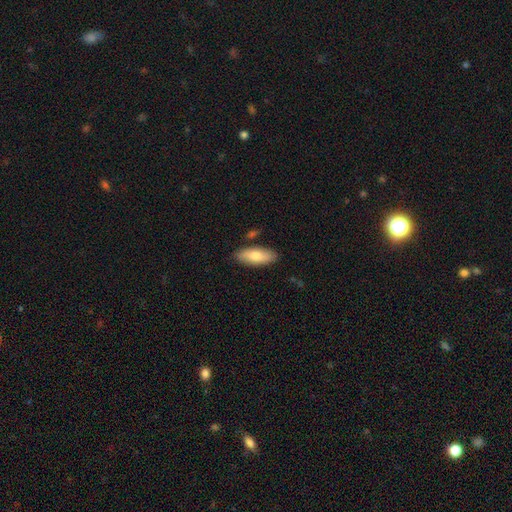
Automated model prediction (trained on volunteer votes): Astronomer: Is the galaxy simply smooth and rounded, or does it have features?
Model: smooth — 75%.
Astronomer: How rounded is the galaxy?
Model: in between — 79%.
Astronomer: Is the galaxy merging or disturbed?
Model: none — 83%.